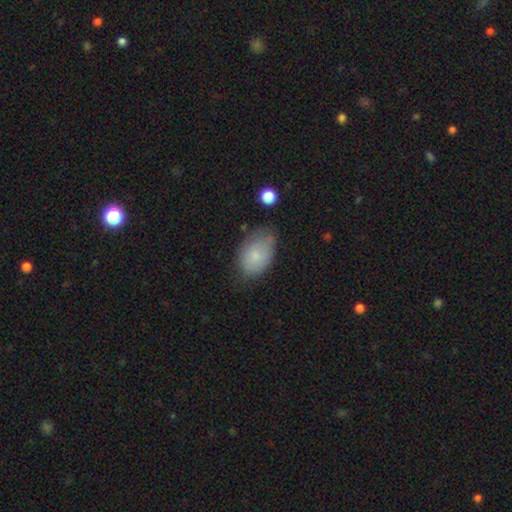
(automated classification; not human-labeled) The model was most divided on "merging": none: 54%, minor disturbance: 34%, major disturbance: 9%, merger: 3%. More confident: how rounded — in between (88%); smooth or featured — smooth (80%).